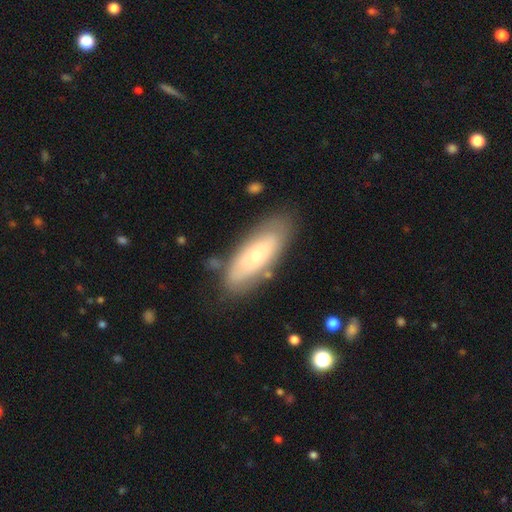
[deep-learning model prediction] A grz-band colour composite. It shows a smooth galaxy with no disk features (48%). Merging: none (75%).